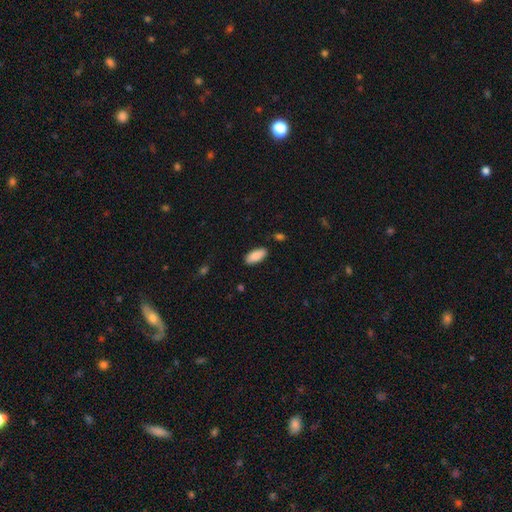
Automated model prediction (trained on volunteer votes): smooth_or_featured: smooth (p=0.89) [alt: star or artifact p=0.06]
how_rounded: in between (p=0.89) [alt: cigar-shaped p=0.10]
merging: none (p=0.86) [alt: minor disturbance p=0.10]